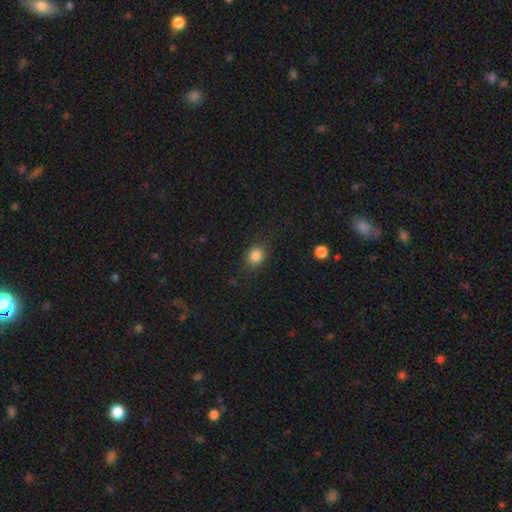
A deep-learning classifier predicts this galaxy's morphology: smooth-or-featured: smooth: 84% | star or artifact: 11% | featured or disk: 5%
  how-rounded: round: 67% | in between: 32% | cigar-shaped: 1%
  merging: none: 82% | minor disturbance: 13% | major disturbance: 4% | merger: 1%